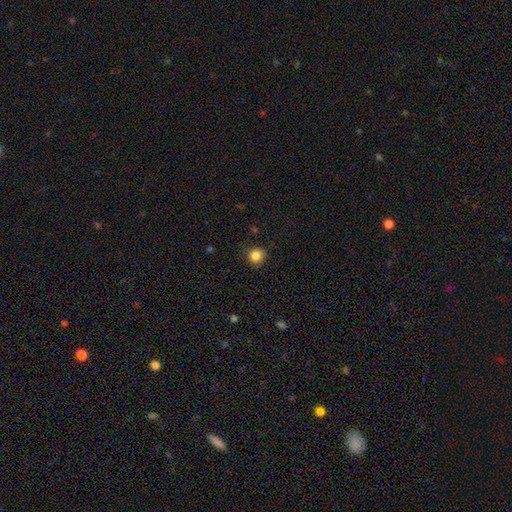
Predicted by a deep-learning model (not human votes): A smooth galaxy with no disk features (85%) that is round (91%).

Vote fractions:
- Smooth or featured? smooth: 85% / star or artifact: 11% / featured or disk: 4%
- How rounded? round: 91% / in between: 8% / cigar-shaped: 1%
- Merging? none: 87% / minor disturbance: 9% / major disturbance: 2% / merger: 1%